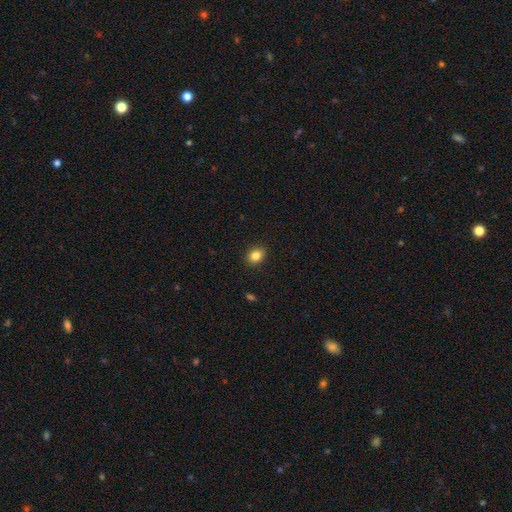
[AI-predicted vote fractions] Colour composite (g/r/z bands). It shows a smooth galaxy with no disk features (84%) that is in between round and cigar-shaped (57%). Merging: none (89%).